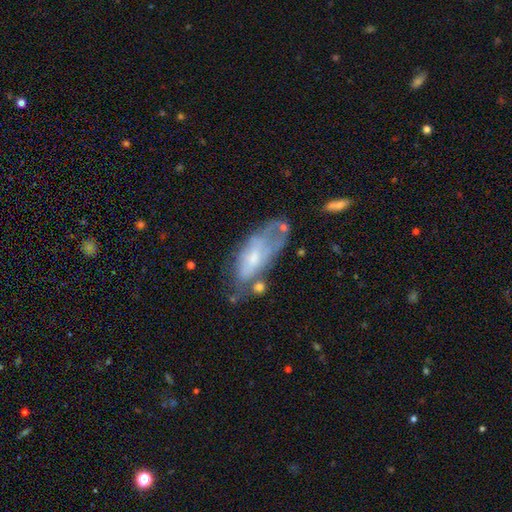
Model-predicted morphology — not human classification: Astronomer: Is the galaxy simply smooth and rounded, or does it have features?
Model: featured or disk — 53% (runner-up: smooth, 38%).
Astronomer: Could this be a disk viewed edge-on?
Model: no — 83%.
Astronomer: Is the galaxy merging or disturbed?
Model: none — 45% (runner-up: minor disturbance, 28%).